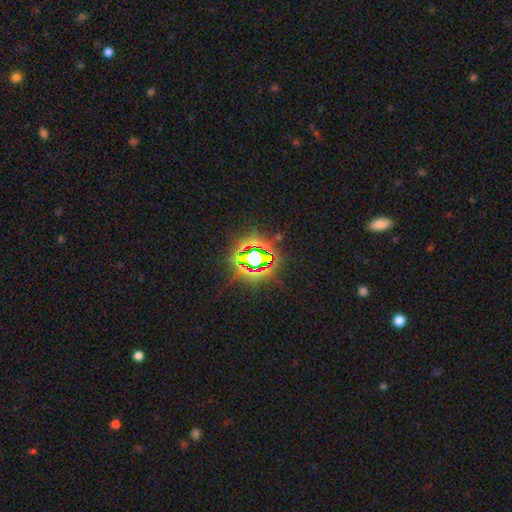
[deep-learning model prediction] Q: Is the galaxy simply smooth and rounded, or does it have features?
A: star or artifact — 76%.